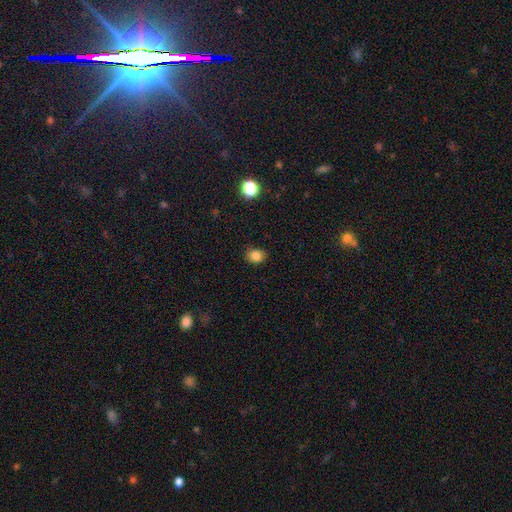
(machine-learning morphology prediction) A smooth galaxy with no disk features (84%) that is round (56%). Merging: none (83%).